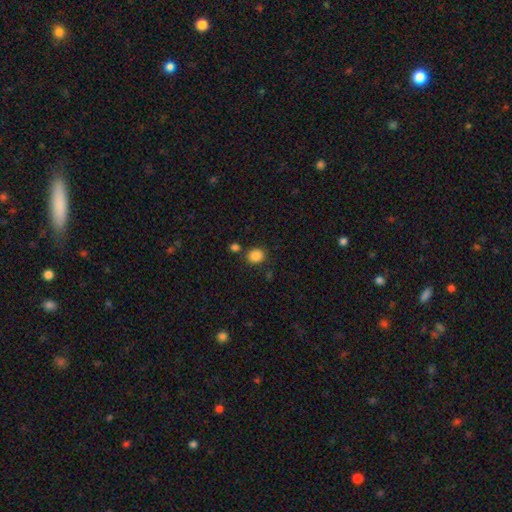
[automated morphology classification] This is clearly a smooth galaxy (86%). How rounded: likely round (72%). Merging: likely none (79%).